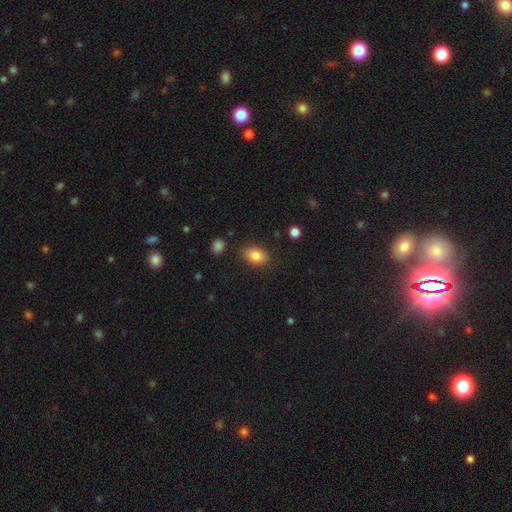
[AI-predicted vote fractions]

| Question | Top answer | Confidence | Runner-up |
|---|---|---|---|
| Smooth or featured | smooth | 84% | star or artifact (9%) |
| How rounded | in between | 82% | round (17%) |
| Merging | none | 83% | minor disturbance (12%) |